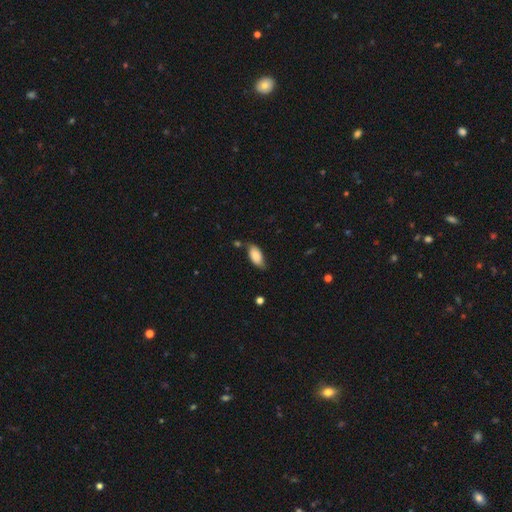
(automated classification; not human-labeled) Smooth or featured? Predicted: smooth (p=0.83). How rounded? Predicted: in between (p=0.91). Merging? Predicted: none (p=0.66).